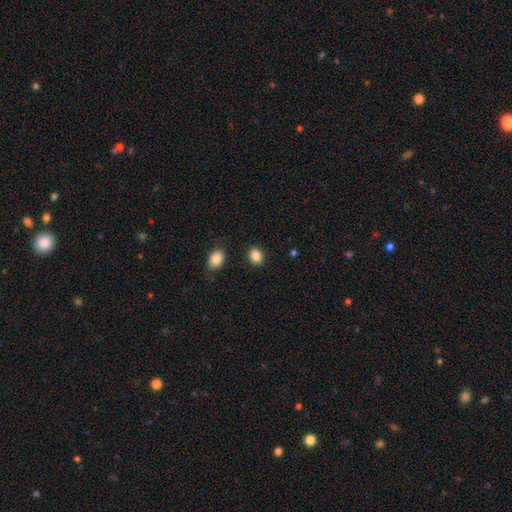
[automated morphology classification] This is clearly a smooth galaxy (86%). How rounded: likely in between (67%). Merging: clearly none (86%).